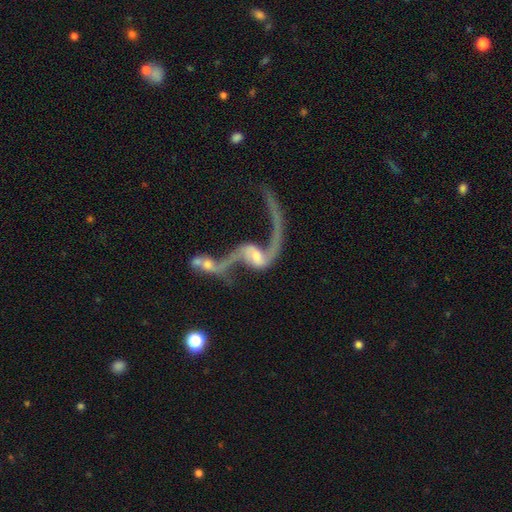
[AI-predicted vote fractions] Q: Smooth or featured?
A: featured or disk (84%); runner-up: smooth (9%)
Q: Edge-on disk?
A: no (95%); runner-up: yes (5%)
Q: Bar?
A: weak (41%); runner-up: no (40%)
Q: Spiral arms?
A: yes (87%); runner-up: no (13%)
Q: Spiral winding?
A: loose (92%); runner-up: medium (6%)
Q: Spiral arm count?
A: 2 (80%); runner-up: 1 (14%)
Q: Bulge size?
A: small (33%); tied with: moderate (33%)
Q: Merging?
A: merger (57%); runner-up: major disturbance (19%)